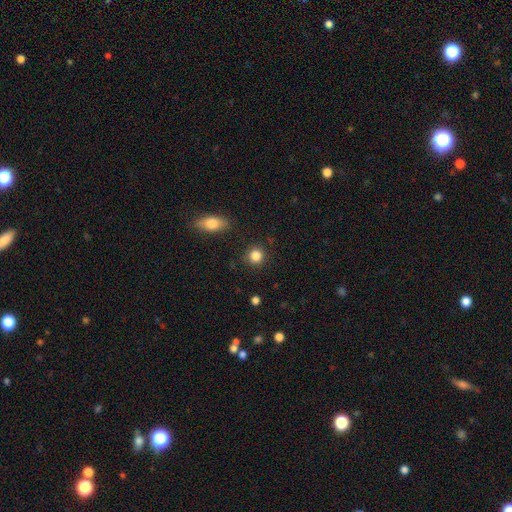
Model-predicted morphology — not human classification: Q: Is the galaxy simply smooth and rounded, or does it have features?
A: smooth — 86%.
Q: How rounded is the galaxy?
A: round — 88%.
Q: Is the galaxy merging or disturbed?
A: none — 88%.